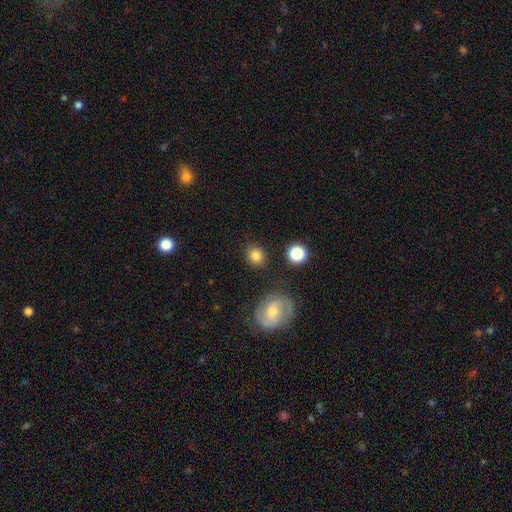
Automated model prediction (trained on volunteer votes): This appears to be a smooth galaxy with no disk features (81%) that is round (78%). Merging: none (84%).